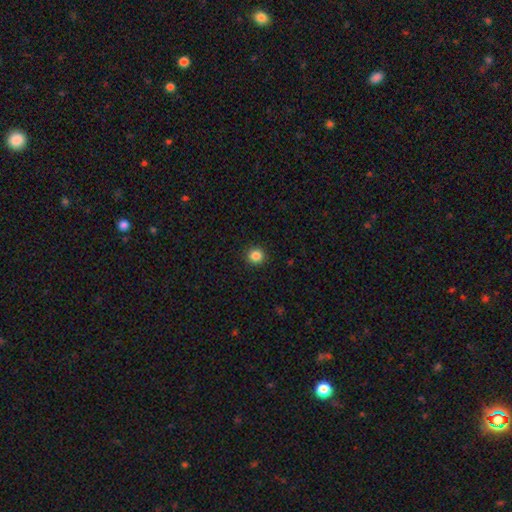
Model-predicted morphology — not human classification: A smooth galaxy with no disk features (86%) that is round (94%).

Vote fractions:
- Smooth or featured? smooth: 86% / star or artifact: 11% / featured or disk: 3%
- How rounded? round: 94% / in between: 5% / cigar-shaped: 1%
- Merging? none: 93% / minor disturbance: 5% / major disturbance: 2% / merger: 1%